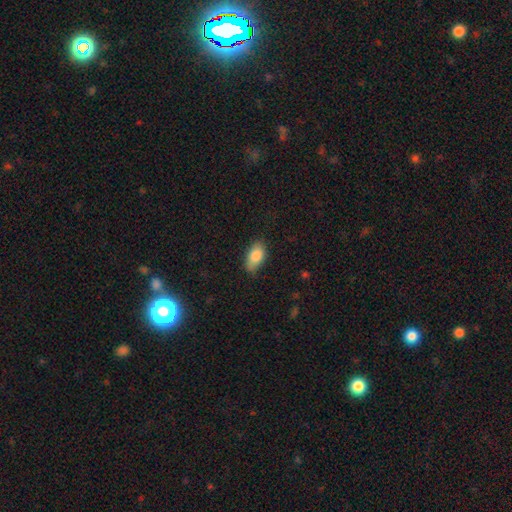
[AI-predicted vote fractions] smooth-or-featured: smooth: 84% | featured or disk: 9% | star or artifact: 7%
  how-rounded: in between: 92% | round: 4% | cigar-shaped: 4%
  merging: none: 77% | minor disturbance: 18% | major disturbance: 3% | merger: 1%